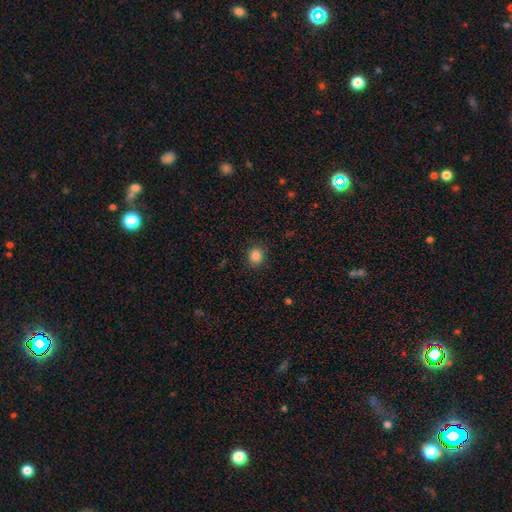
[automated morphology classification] Smooth or featured: smooth — 84% (star or artifact — 11%)
How rounded: round — 83% (in between — 16%)
Merging: none — 90% (minor disturbance — 7%)